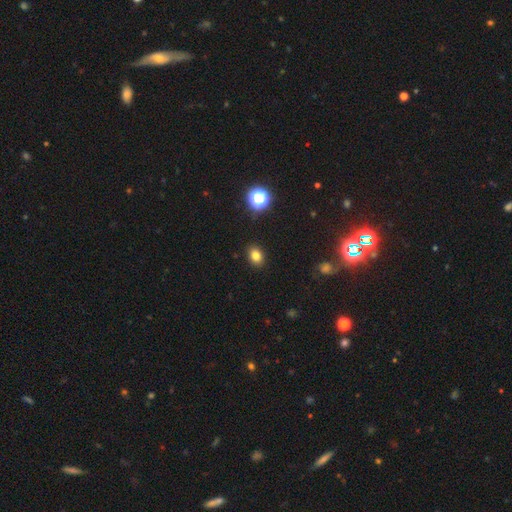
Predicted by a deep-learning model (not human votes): Q: Smooth or featured?
A: smooth (80%); runner-up: star or artifact (14%)
Q: How rounded?
A: in between (63%); runner-up: round (36%)
Q: Merging?
A: none (89%); runner-up: minor disturbance (7%)